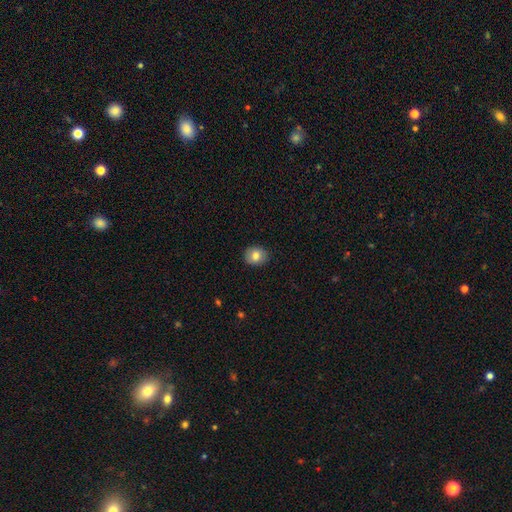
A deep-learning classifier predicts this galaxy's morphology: This is likely a smooth galaxy (79%). How rounded: likely round (64%). Merging: clearly none (89%).